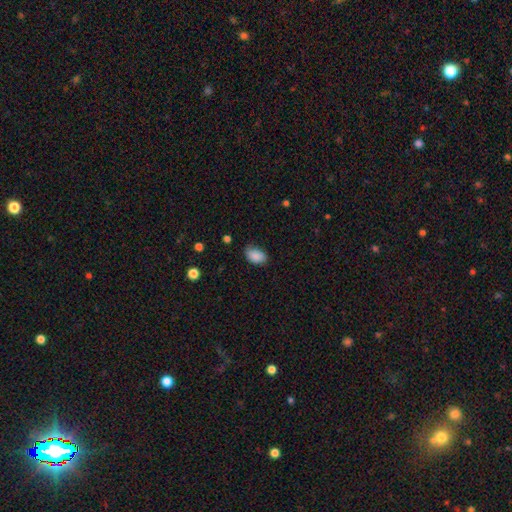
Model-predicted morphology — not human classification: smooth_or_featured: smooth (p=0.87) [alt: star or artifact p=0.07]
how_rounded: in between (p=0.89) [alt: round p=0.10]
merging: none (p=0.74) [alt: minor disturbance p=0.21]